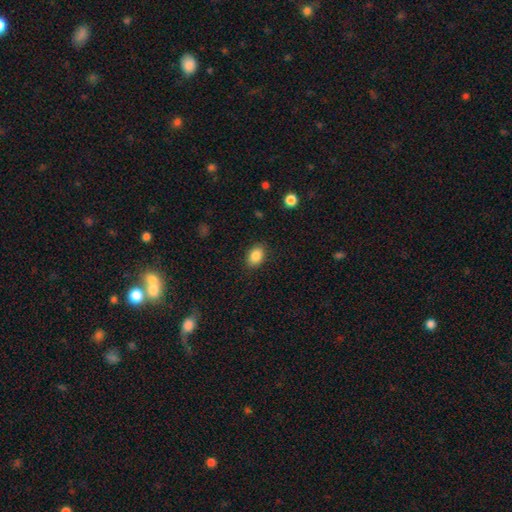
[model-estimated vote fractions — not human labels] This is clearly a smooth galaxy (87%). How rounded: likely in between (80%). Merging: clearly none (87%).